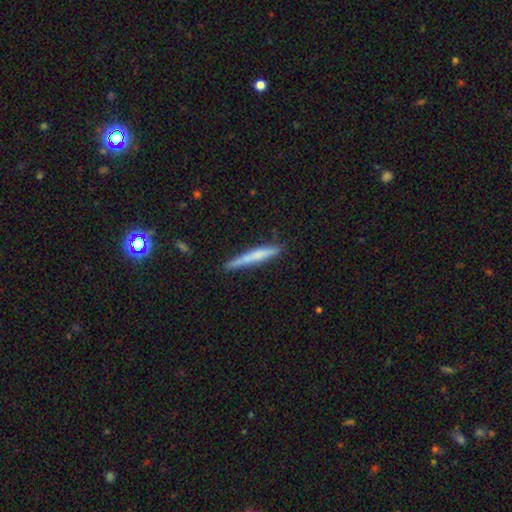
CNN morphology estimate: Smooth or featured?
  - smooth: 60% *
  - featured or disk: 34%
  - star or artifact: 6%
How rounded?
  - cigar-shaped: 96% *
  - in between: 3%
  - round: 1%
Merging?
  - none: 84% *
  - minor disturbance: 12%
  - major disturbance: 2%
  - merger: 2%